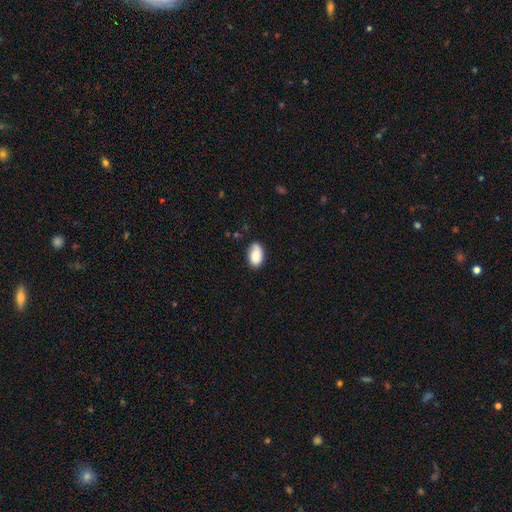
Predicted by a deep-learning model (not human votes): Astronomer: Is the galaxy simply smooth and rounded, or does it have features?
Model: smooth — 82%.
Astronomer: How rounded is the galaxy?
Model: in between — 93%.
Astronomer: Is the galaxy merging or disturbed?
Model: none — 74%.